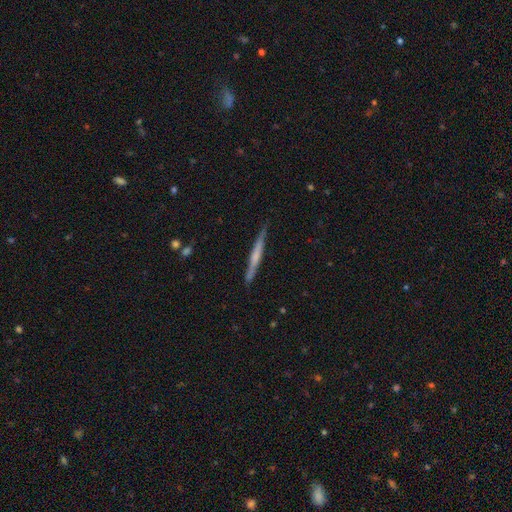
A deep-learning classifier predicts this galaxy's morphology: type=featured or disk (54%); edge-on=yes (97%); edge-on bulge=none (55%); merging=none (85%).